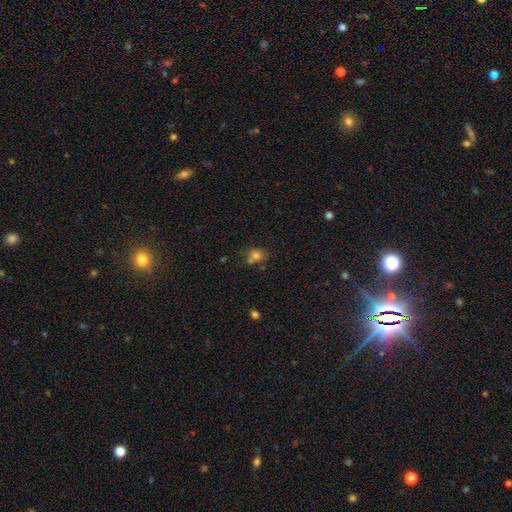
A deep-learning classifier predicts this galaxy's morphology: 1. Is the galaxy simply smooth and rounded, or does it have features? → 74% smooth, 14% star or artifact, 12% featured or disk.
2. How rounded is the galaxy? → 58% round, 41% in between, 1% cigar-shaped.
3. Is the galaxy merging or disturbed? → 51% none, 31% merger, 13% minor disturbance, 4% major disturbance.